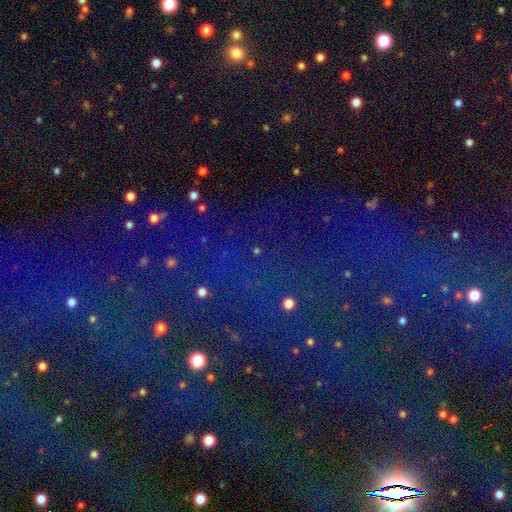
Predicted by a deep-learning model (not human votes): A star or artifact, not a galaxy (79%).